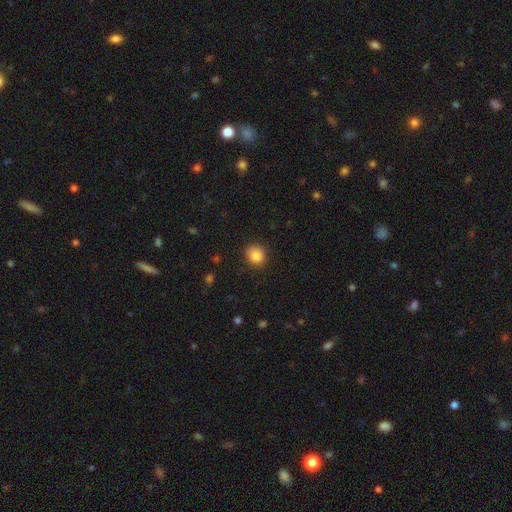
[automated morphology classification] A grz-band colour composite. It shows a smooth galaxy with no disk features (86%) that is round (80%). Merging: none (84%).